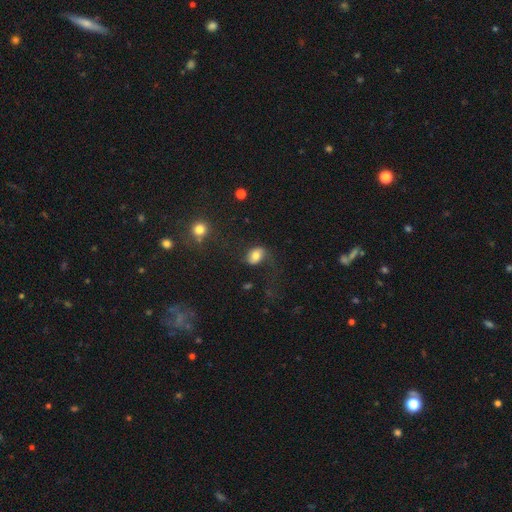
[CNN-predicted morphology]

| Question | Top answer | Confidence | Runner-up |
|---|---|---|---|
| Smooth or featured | smooth | 63% | featured or disk (28%) |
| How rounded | in between | 73% | round (26%) |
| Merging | none | 48% | major disturbance (26%) |